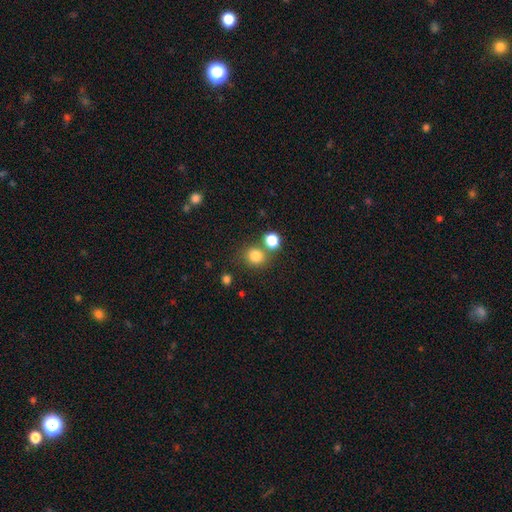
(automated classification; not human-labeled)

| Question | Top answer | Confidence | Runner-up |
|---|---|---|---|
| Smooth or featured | smooth | 81% | star or artifact (13%) |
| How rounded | round | 81% | in between (18%) |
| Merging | none | 67% | merger (21%) |